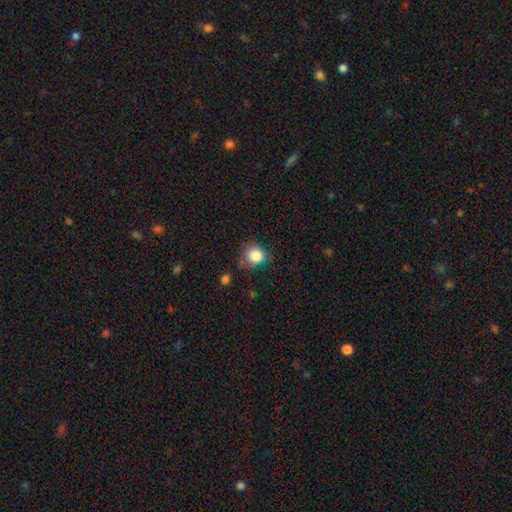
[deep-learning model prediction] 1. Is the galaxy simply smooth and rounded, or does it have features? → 84% smooth, 10% star or artifact, 6% featured or disk.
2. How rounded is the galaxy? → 86% round, 13% in between, 1% cigar-shaped.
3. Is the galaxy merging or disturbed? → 65% none, 24% minor disturbance, 7% major disturbance, 4% merger.